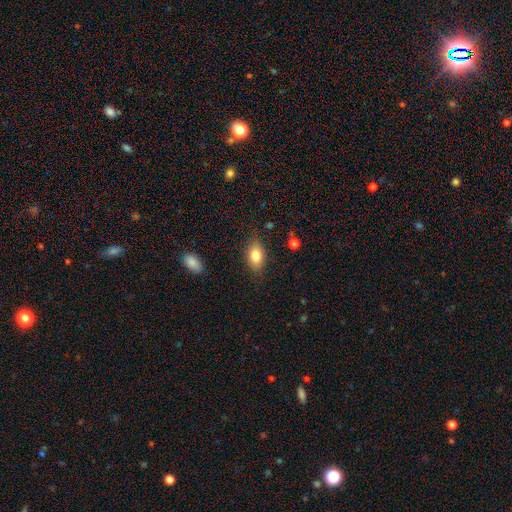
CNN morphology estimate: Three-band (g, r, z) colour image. It shows a smooth galaxy with no disk features (81%) that is in between round and cigar-shaped (87%). Merging: none (83%).